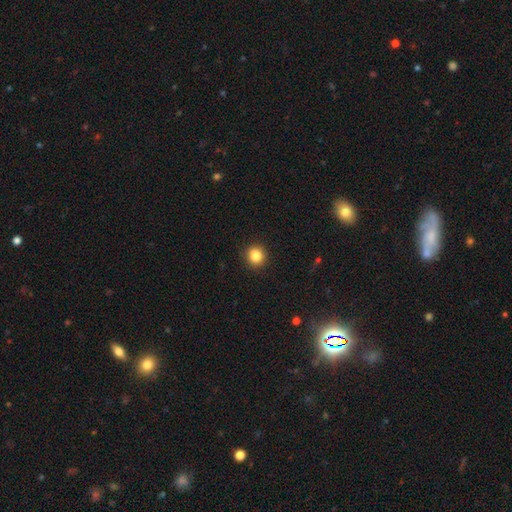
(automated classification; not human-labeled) Smooth or featured: smooth — 85% (star or artifact — 11%)
How rounded: round — 88% (in between — 11%)
Merging: none — 91% (minor disturbance — 6%)